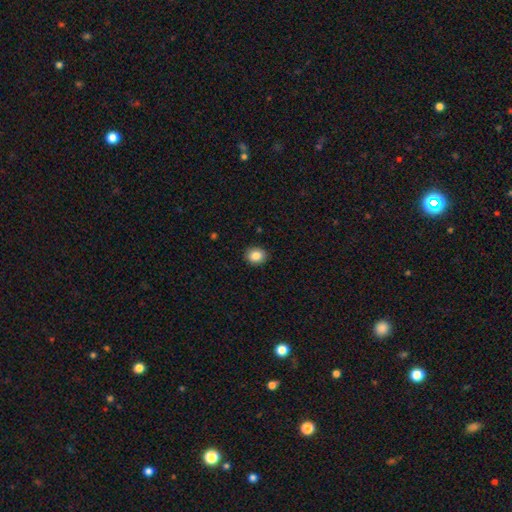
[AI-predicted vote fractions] Smooth or featured? smooth (86%)
How rounded? round (63%)
Merging? none (91%)